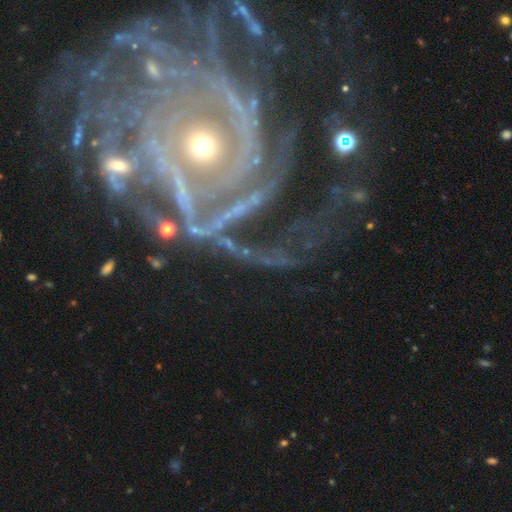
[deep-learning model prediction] Smooth or featured? featured or disk (87%)
Edge-on disk? no (96%)
Bar? no (72%)
Spiral arms? yes (93%)
Spiral winding? tight (66%)
Spiral arm count? can't tell (24%)
Bulge size? small (56%)
Merging? none (51%)